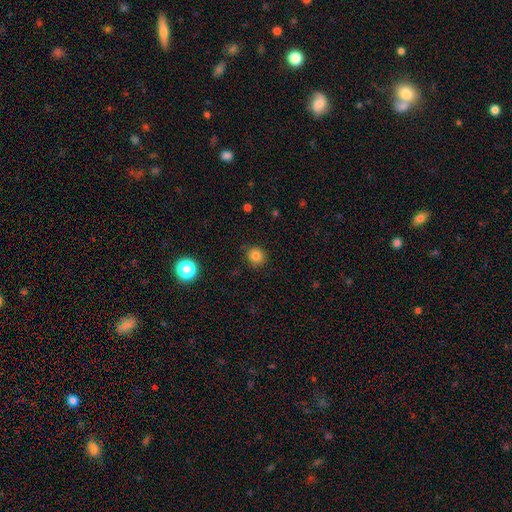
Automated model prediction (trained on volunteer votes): smooth_or_featured: smooth (p=0.82) [alt: star or artifact p=0.13]
how_rounded: round (p=0.89) [alt: in between p=0.10]
merging: none (p=0.87) [alt: minor disturbance p=0.10]